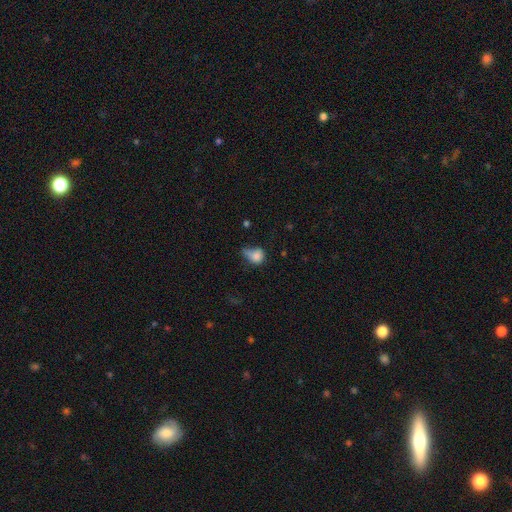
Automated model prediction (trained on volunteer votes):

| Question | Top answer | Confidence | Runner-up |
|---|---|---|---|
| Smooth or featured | smooth | 76% | featured or disk (13%) |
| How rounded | in between | 56% | round (42%) |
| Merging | minor disturbance | 35% | major disturbance (31%) |